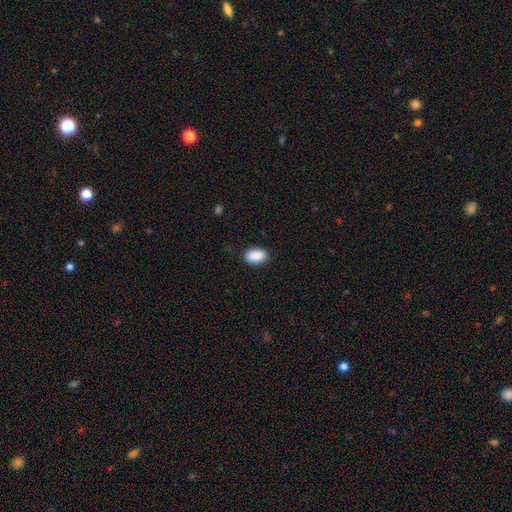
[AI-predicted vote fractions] A smooth galaxy with no disk features (90%) that is in between round and cigar-shaped (91%).

Vote fractions:
- Smooth or featured? smooth: 90% / star or artifact: 7% / featured or disk: 3%
- How rounded? in between: 91% / round: 7% / cigar-shaped: 2%
- Merging? none: 87% / minor disturbance: 9% / major disturbance: 2% / merger: 1%